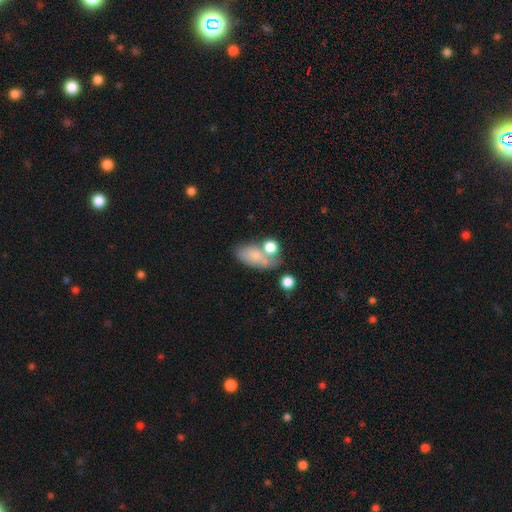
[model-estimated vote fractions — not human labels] smooth 71%, featured or disk 19%, star or artifact 11%. Down the decision tree: how rounded — in between (85%); merging — none (41%).